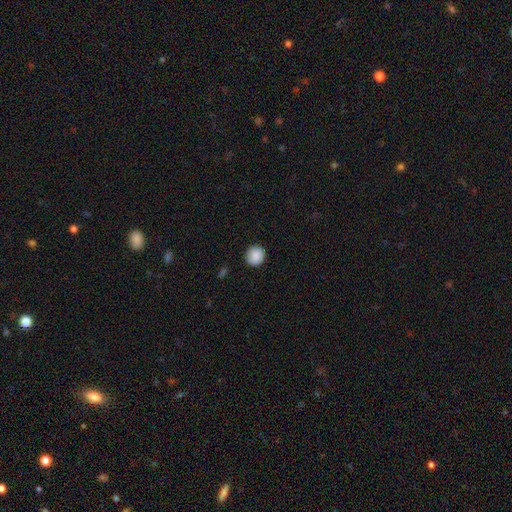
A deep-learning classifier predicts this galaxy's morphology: This appears to be a smooth galaxy with no disk features (89%) that is round (89%). Merging: none (91%).